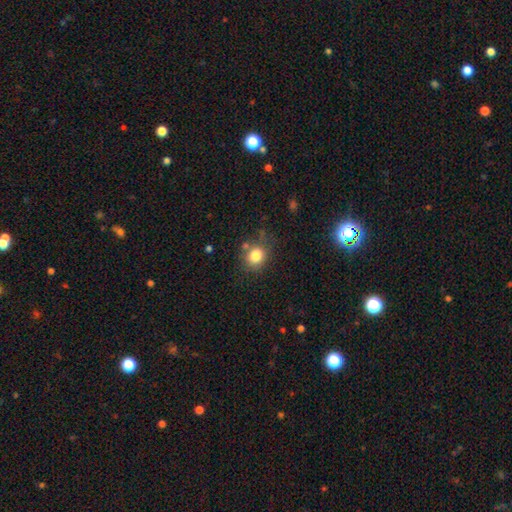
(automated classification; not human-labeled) smooth 81%, star or artifact 11%, featured or disk 8%. Down the decision tree: how rounded — round (69%); merging — none (70%).